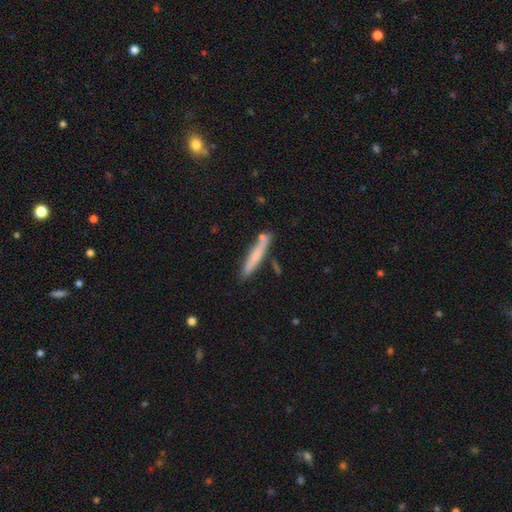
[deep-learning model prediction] Smooth or featured? smooth (67%)
How rounded? cigar-shaped (94%)
Merging? none (77%)